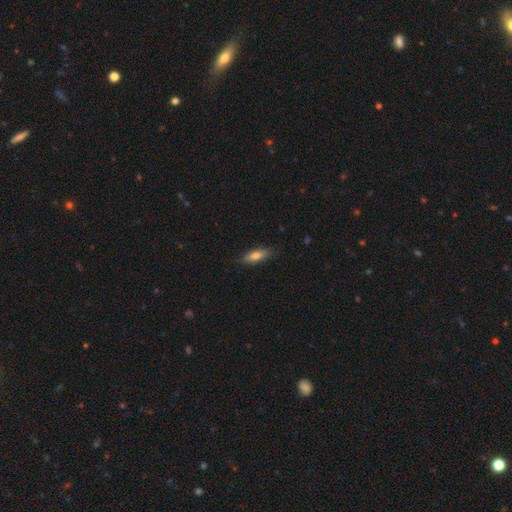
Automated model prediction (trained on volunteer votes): This appears to be a smooth galaxy with no disk features (74%) that is in between round and cigar-shaped (58%). Merging: none (84%).